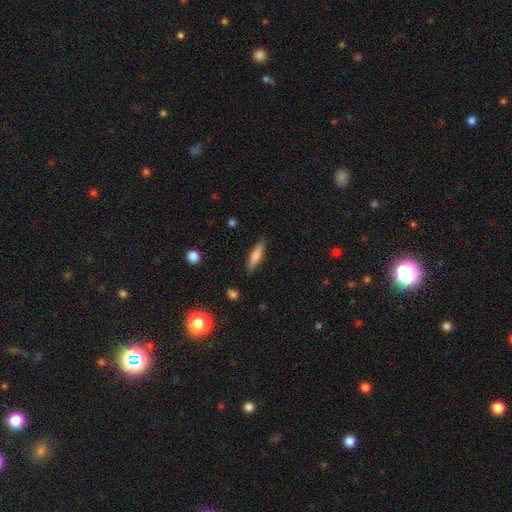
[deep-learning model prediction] smooth_or_featured: smooth (p=0.71) [alt: featured or disk p=0.22]
how_rounded: cigar-shaped (p=0.78) [alt: in between p=0.21]
merging: none (p=0.87) [alt: minor disturbance p=0.10]